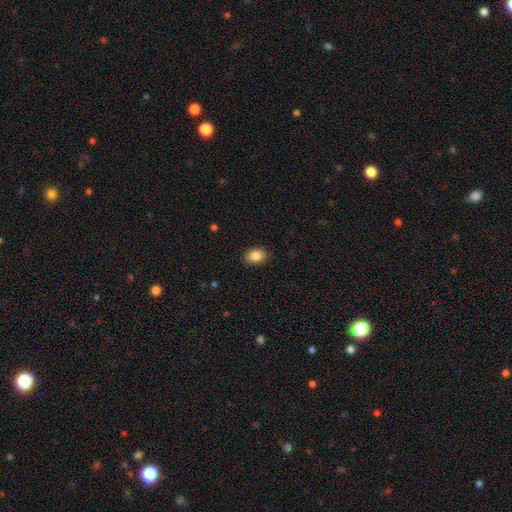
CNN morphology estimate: smooth 86%, star or artifact 8%, featured or disk 5%. Down the decision tree: how rounded — in between (72%); merging — none (87%).